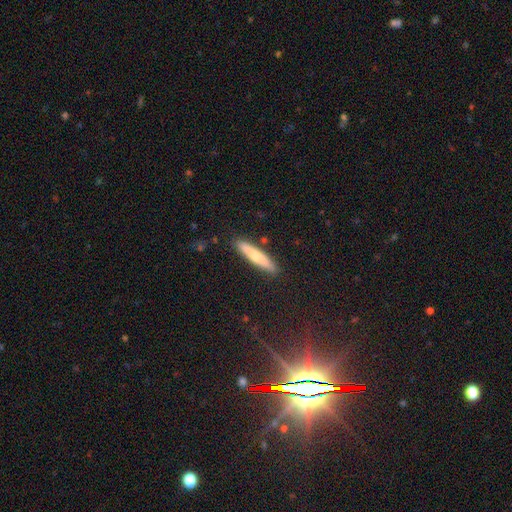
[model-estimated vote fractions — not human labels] Morphology: type=smooth (63%); roundness=cigar-shaped (90%); merging=none (88%).